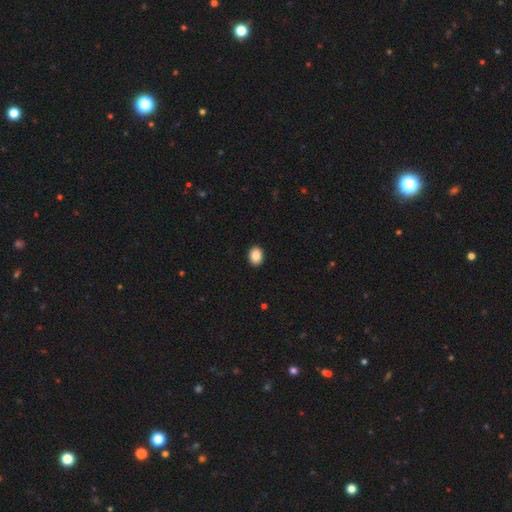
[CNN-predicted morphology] Smooth or featured: smooth — 88% (star or artifact — 8%)
How rounded: in between — 58% (round — 41%)
Merging: none — 92% (minor disturbance — 6%)